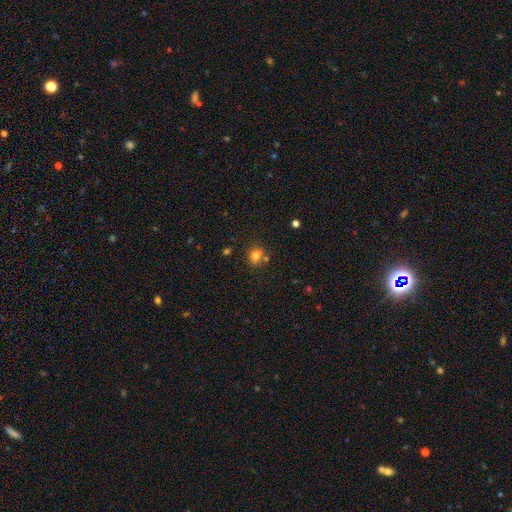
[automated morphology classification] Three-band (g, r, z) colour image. It shows a smooth galaxy with no disk features (76%) that is round (62%). Merging: none (62%).